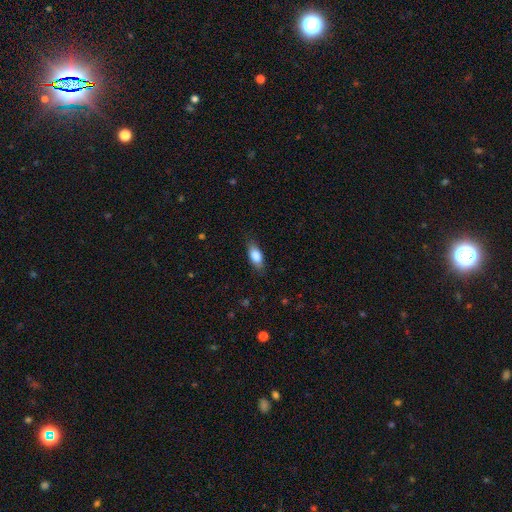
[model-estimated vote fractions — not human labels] This appears to be a smooth galaxy with no disk features (82%) that is in between round and cigar-shaped (83%). Merging: none (79%).